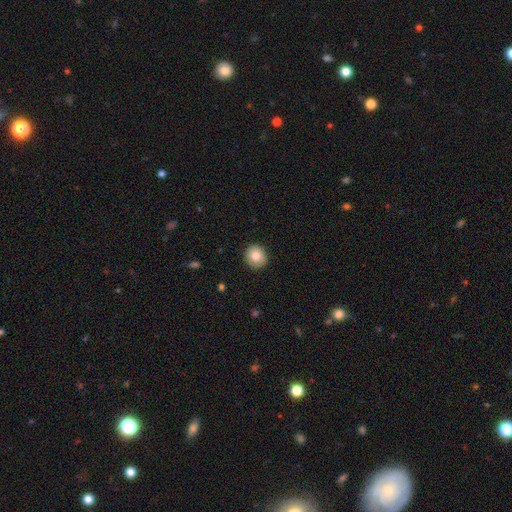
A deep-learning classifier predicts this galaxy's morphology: Smooth or featured: smooth — 79% (featured or disk — 13%)
How rounded: round — 88% (in between — 11%)
Merging: none — 90% (minor disturbance — 7%)